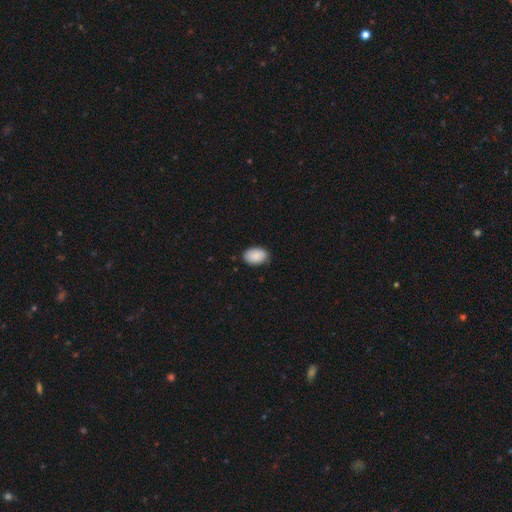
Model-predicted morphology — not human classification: This appears to be a smooth galaxy with no disk features (90%) that is in between round and cigar-shaped (88%). Merging: none (83%).